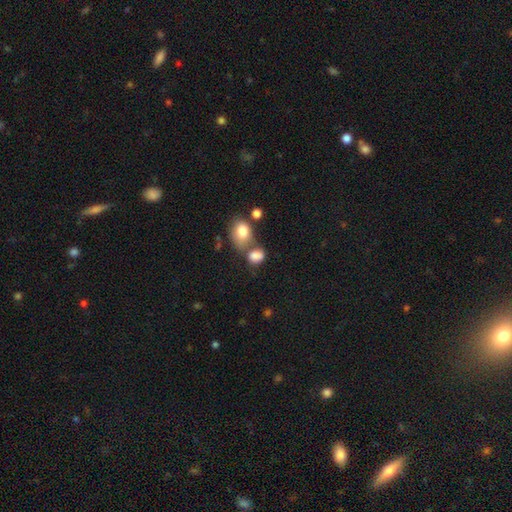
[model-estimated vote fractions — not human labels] Smooth or featured?
  - smooth: 83% *
  - star or artifact: 9%
  - featured or disk: 8%
How rounded?
  - in between: 69% *
  - round: 29%
  - cigar-shaped: 1%
Merging?
  - none: 38% * (tied)
  - merger: 38% * (tied)
  - minor disturbance: 16%
  - major disturbance: 8%